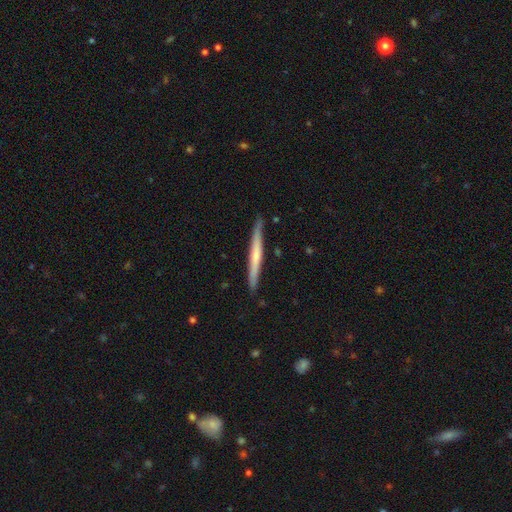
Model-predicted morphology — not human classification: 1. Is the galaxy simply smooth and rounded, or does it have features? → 50% featured or disk, 45% smooth, 5% star or artifact.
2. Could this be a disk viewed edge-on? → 97% yes, 3% no.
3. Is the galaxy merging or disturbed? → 89% none, 9% minor disturbance, 1% major disturbance, 1% merger.